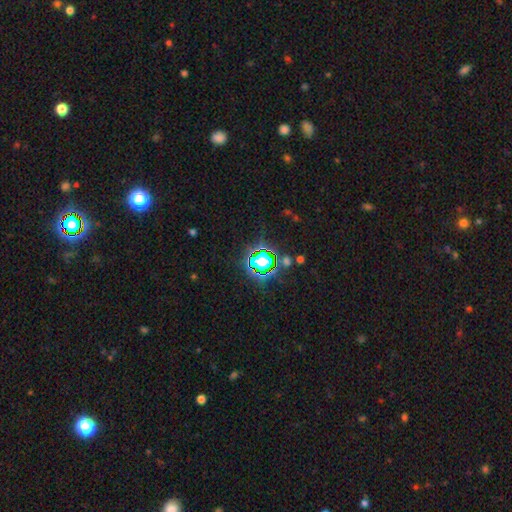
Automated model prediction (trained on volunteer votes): Smooth or featured? star or artifact (72%)